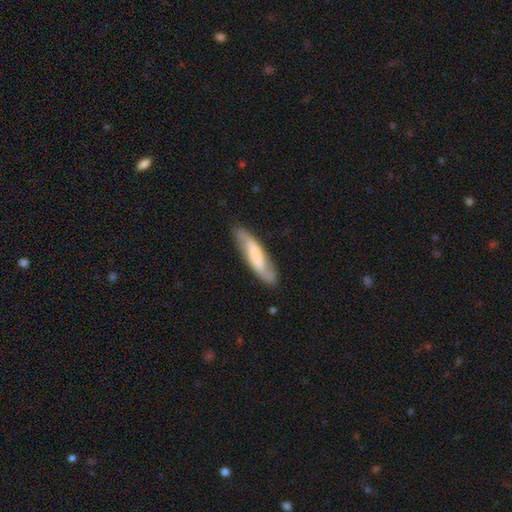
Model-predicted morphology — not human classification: type=smooth (49%); merging=none (78%).